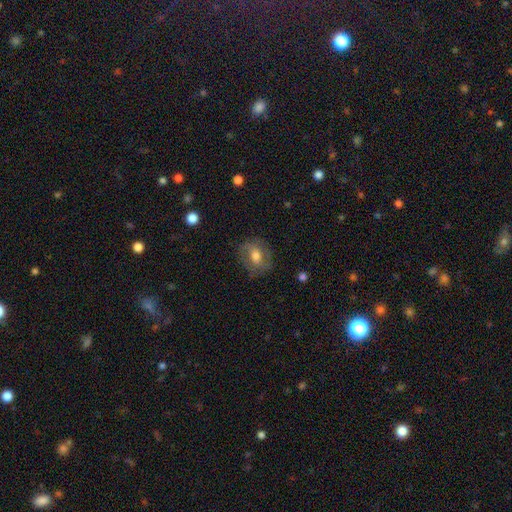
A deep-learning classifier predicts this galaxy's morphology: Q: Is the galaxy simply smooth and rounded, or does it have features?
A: smooth — 51%.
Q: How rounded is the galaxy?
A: round — 53%.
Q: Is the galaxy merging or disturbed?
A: none — 74%.